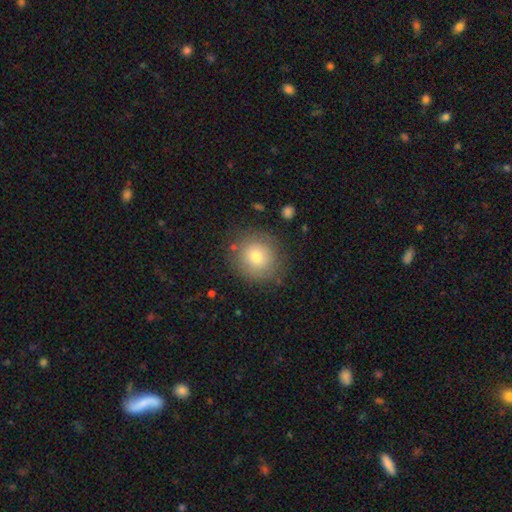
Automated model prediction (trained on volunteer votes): Overall: smooth (72%). How rounded: round (90%). Merging: none (82%).